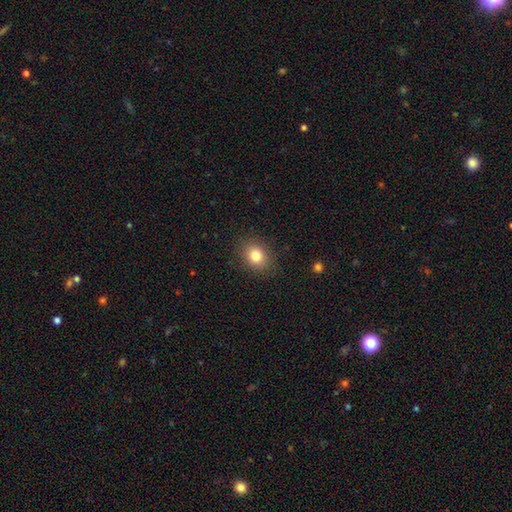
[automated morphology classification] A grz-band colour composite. It shows a smooth galaxy with no disk features (81%) that is round (56%). Merging: none (88%).